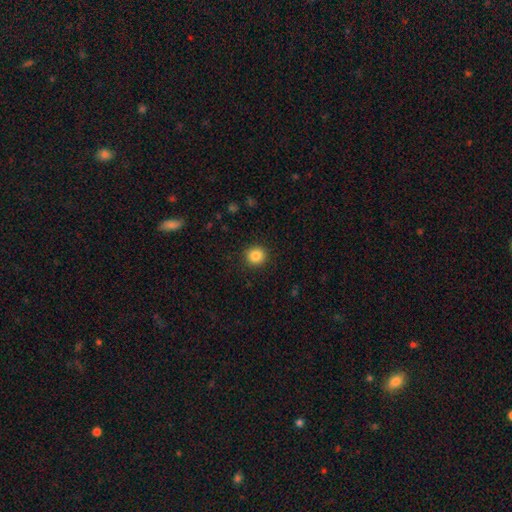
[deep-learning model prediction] A smooth galaxy with no disk features (86%) that is round (90%). Merging: none (91%).